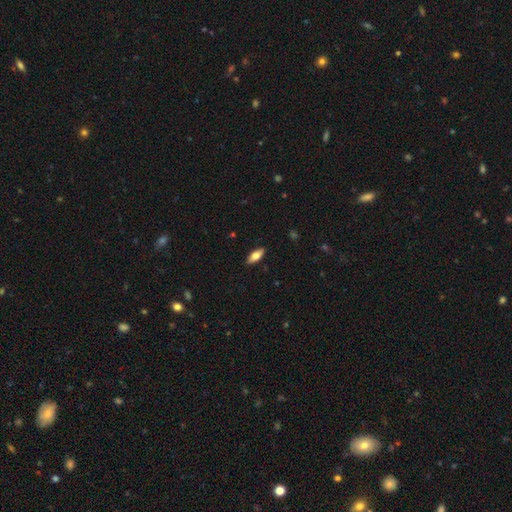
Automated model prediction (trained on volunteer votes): Smooth or featured? smooth (69%)
How rounded? in between (76%)
Merging? none (89%)